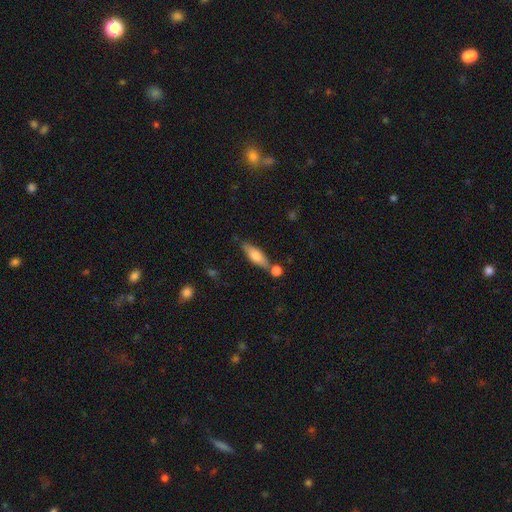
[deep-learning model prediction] Morphology: type=smooth (65%); roundness=in between (51%); merging=none (65%).